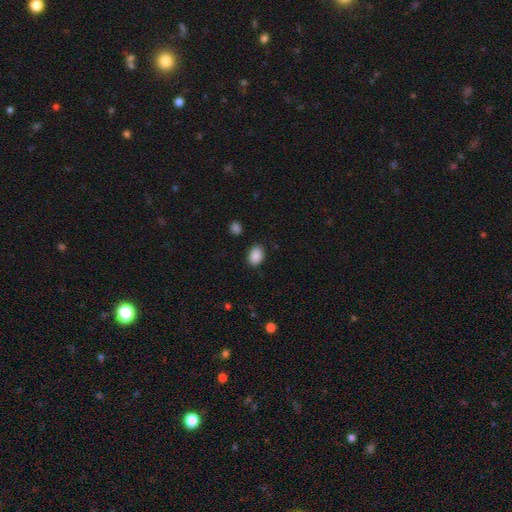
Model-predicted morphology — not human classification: smooth_or_featured: smooth (p=0.89) [alt: star or artifact p=0.08]
how_rounded: in between (p=0.74) [alt: round p=0.25]
merging: none (p=0.86) [alt: minor disturbance p=0.10]